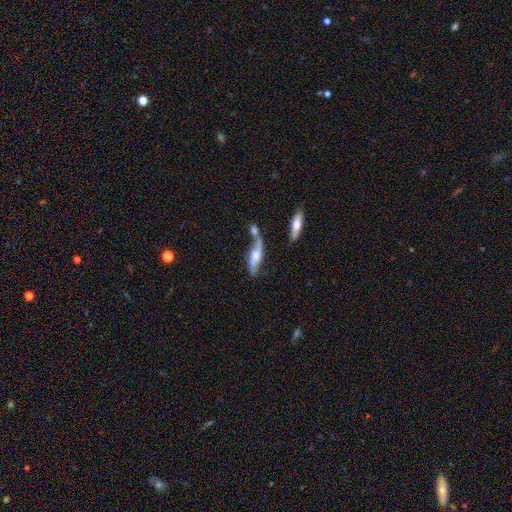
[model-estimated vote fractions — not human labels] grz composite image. It shows a featured or disk galaxy (52%). Merging: merger (39%).